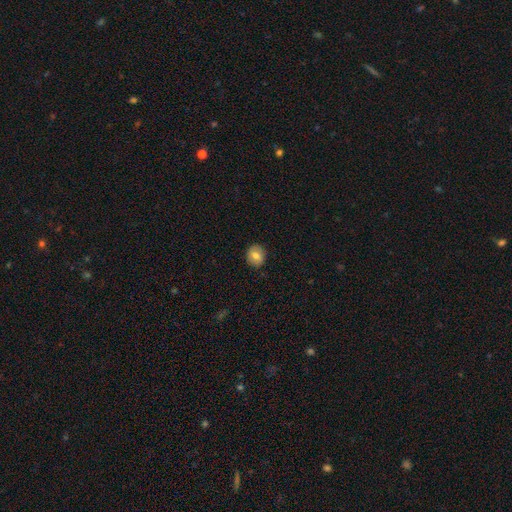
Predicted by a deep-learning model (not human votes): A smooth galaxy with no disk features (75%) that is round (76%).

Vote fractions:
- Smooth or featured? smooth: 75% / featured or disk: 17% / star or artifact: 8%
- How rounded? round: 76% / in between: 23% / cigar-shaped: 1%
- Merging? none: 89% / minor disturbance: 8% / major disturbance: 2% / merger: 1%